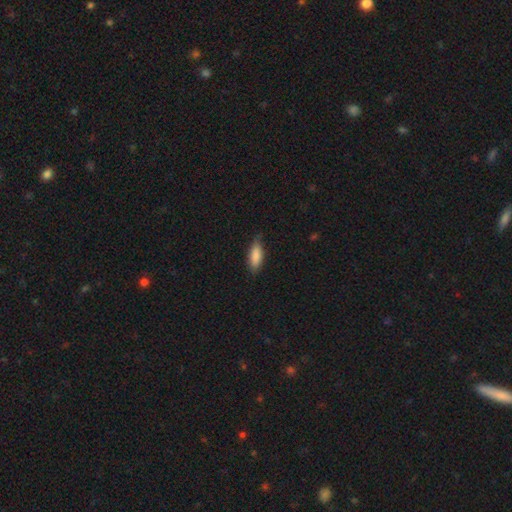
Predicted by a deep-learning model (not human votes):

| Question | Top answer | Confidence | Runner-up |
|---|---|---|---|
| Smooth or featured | smooth | 83% | featured or disk (11%) |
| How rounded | in between | 64% | cigar-shaped (34%) |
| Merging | none | 73% | minor disturbance (22%) |